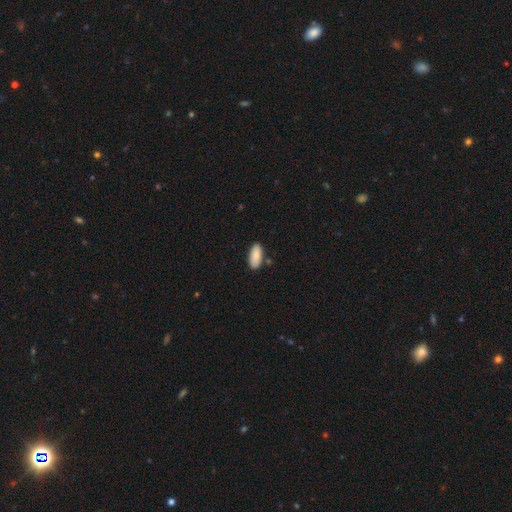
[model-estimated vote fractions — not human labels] Morphology: type=smooth (87%); roundness=in between (89%); merging=none (82%).